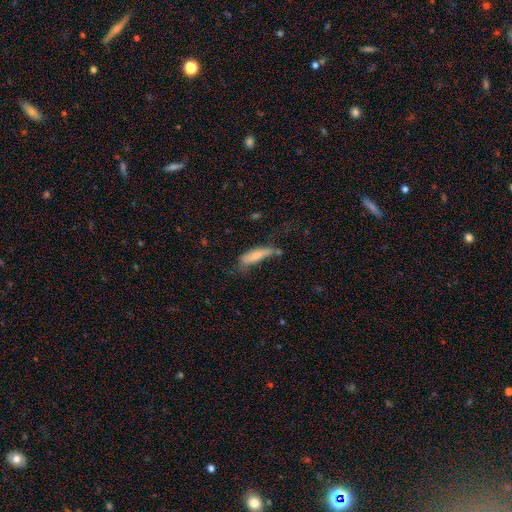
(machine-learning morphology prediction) A smooth galaxy with no disk features (70%) that is cigar-shaped (62%).

Vote fractions:
- Smooth or featured? smooth: 70% / featured or disk: 22% / star or artifact: 7%
- How rounded? cigar-shaped: 62% / in between: 36% / round: 2%
- Merging? none: 39% / minor disturbance: 33% / major disturbance: 17% / merger: 10%